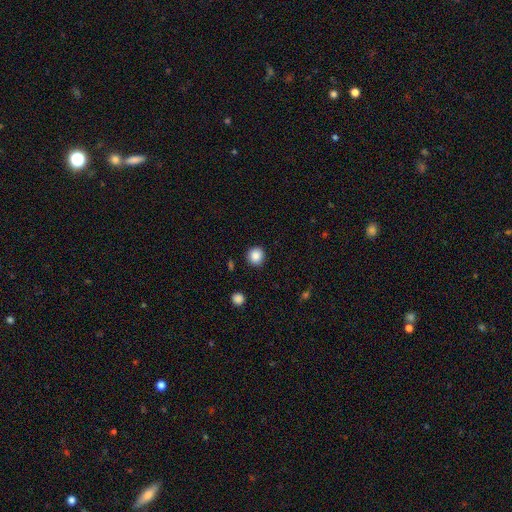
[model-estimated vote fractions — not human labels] Morphology: type=smooth (87%); roundness=round (91%); merging=none (90%).